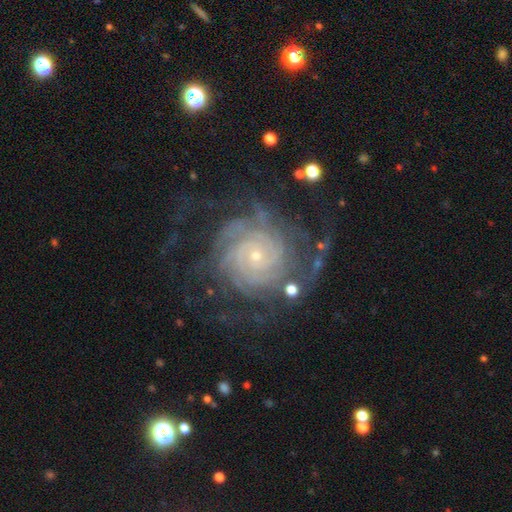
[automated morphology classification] A featured or disk galaxy (89%) with no bar (77%), tight (79%) spiral arms (98%) and a small central bulge (82%). Merging: none (67%).